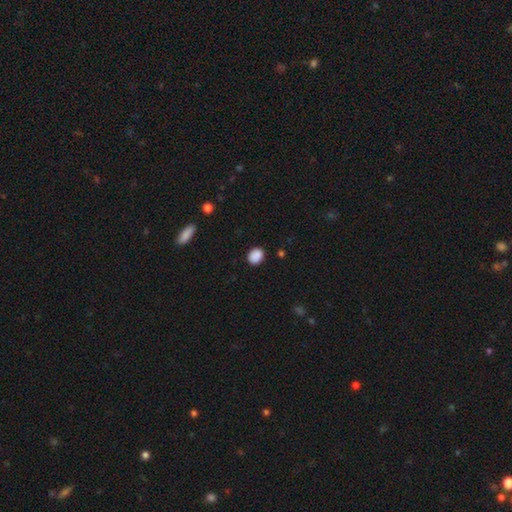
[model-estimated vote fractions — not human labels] Smooth or featured: smooth — 89% (star or artifact — 9%)
How rounded: round — 54% (in between — 45%)
Merging: none — 88% (minor disturbance — 9%)